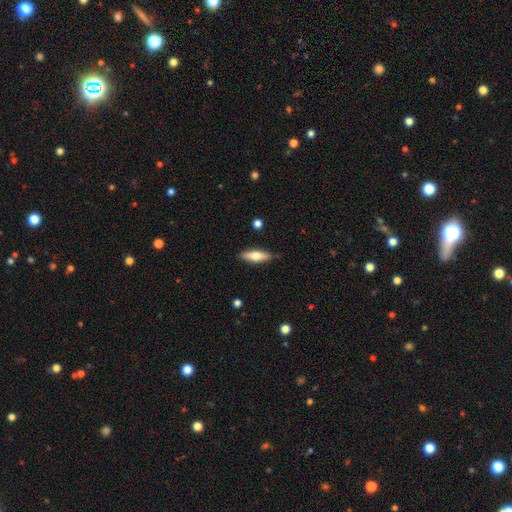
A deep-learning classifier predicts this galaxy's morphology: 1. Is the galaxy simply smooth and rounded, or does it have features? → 61% smooth, 33% featured or disk, 6% star or artifact.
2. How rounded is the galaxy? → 52% cigar-shaped, 46% in between, 2% round.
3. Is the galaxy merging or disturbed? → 86% none, 11% minor disturbance, 2% major disturbance, 1% merger.